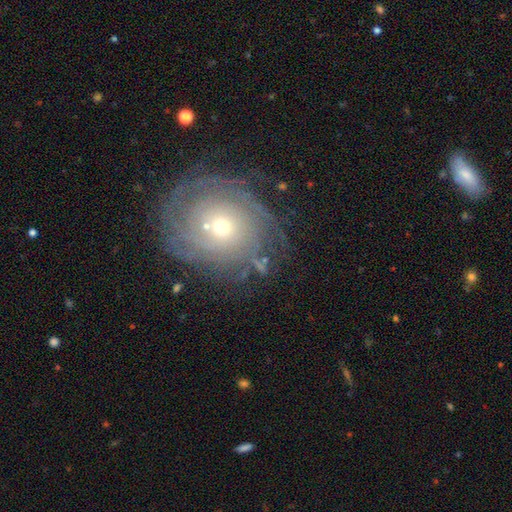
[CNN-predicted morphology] The model was most divided on "bulge size": small: 54%, moderate: 41%, large: 3%, dominant: 1%, none: 1%. Remaining: edge-on disk — no (96%); spiral arms — yes (85%); bar — no (83%); spiral winding — tight (79%); merging — none (75%); smooth or featured — featured or disk (71%); spiral arm count — can't tell (47%).